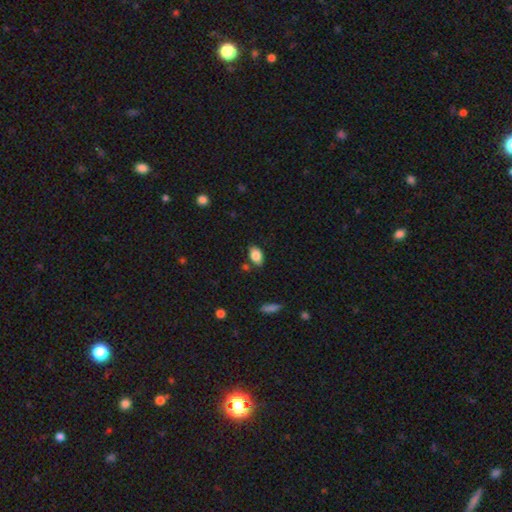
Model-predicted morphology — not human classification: Smooth or featured?
  - smooth: 86% *
  - star or artifact: 8%
  - featured or disk: 6%
How rounded?
  - in between: 90% *
  - round: 8%
  - cigar-shaped: 2%
Merging?
  - none: 80% *
  - minor disturbance: 13%
  - merger: 4%
  - major disturbance: 3%